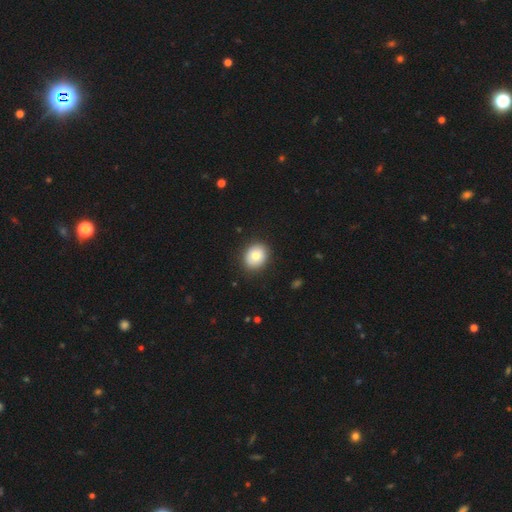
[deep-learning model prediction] A smooth galaxy with no disk features (80%) that is round (60%). Merging: none (89%).